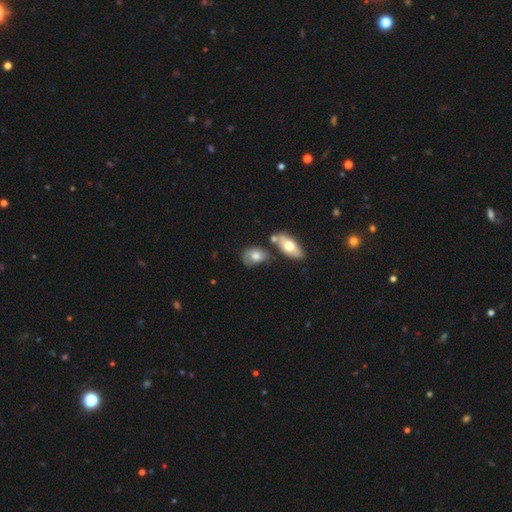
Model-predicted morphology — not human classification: Smooth or featured? Predicted: smooth (p=0.65). How rounded? Predicted: in between (p=0.78). Merging? Predicted: none (p=0.45).